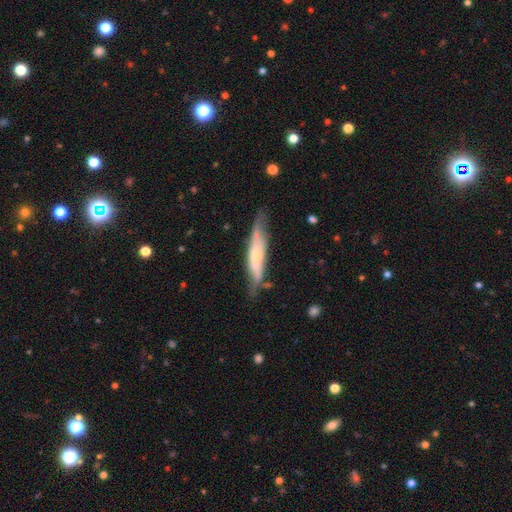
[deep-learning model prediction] This is possibly a featured or disk galaxy (56%). It is likely viewed edge-on (72%). Merging: likely none (64%).